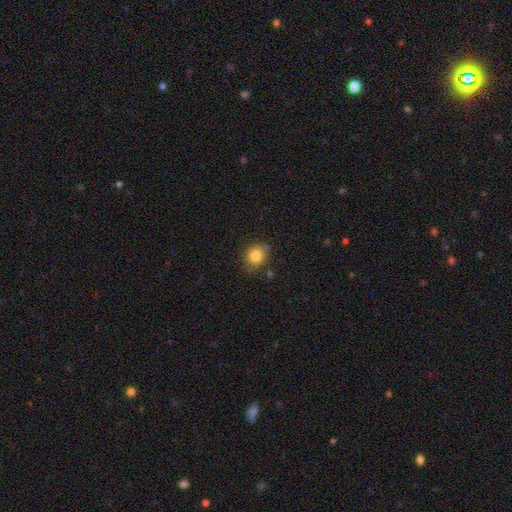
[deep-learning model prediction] This appears to be a smooth galaxy with no disk features (82%) that is round (77%). Merging: none (78%).